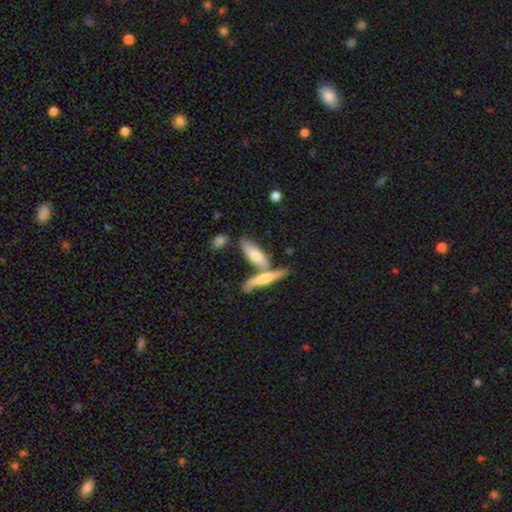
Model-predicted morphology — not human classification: smooth 58%, featured or disk 36%, star or artifact 6%. Down the decision tree: how rounded — cigar-shaped (56%); merging — none (46%).